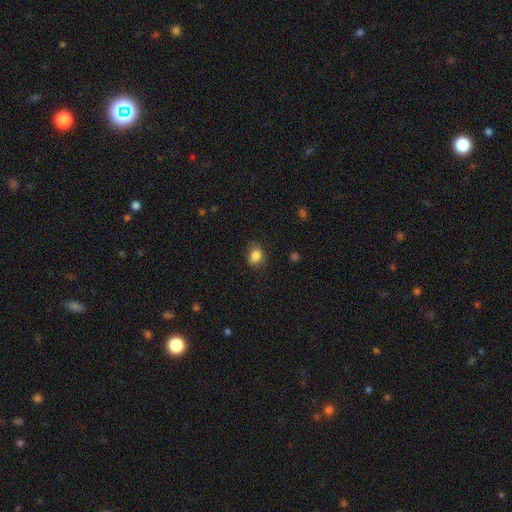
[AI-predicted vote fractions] A smooth galaxy with no disk features (85%) that is in between round and cigar-shaped (63%).

Vote fractions:
- Smooth or featured? smooth: 85% / star or artifact: 10% / featured or disk: 5%
- How rounded? in between: 63% / round: 36% / cigar-shaped: 1%
- Merging? none: 71% / minor disturbance: 22% / major disturbance: 6% / merger: 1%